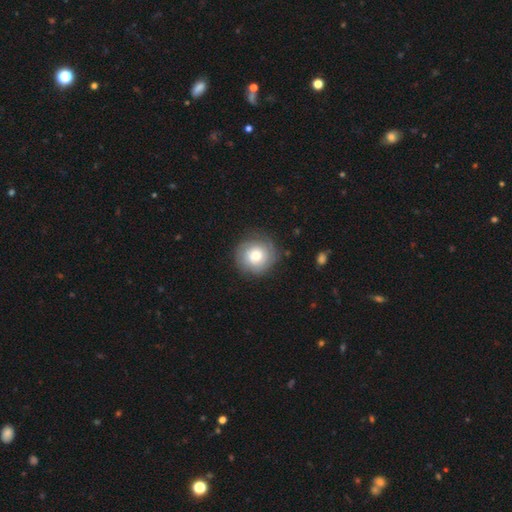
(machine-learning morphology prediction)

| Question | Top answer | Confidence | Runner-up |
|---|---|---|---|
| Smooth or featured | smooth | 53% | featured or disk (39%) |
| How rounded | round | 92% | in between (7%) |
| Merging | none | 81% | minor disturbance (13%) |